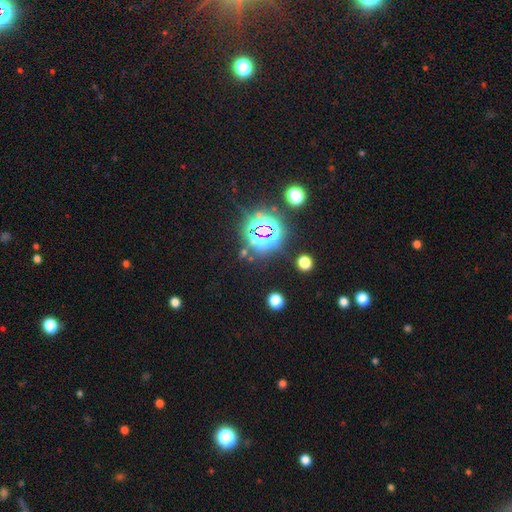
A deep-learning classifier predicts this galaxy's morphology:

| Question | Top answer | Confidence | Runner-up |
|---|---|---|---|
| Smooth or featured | star or artifact | 80% | smooth (14%) |